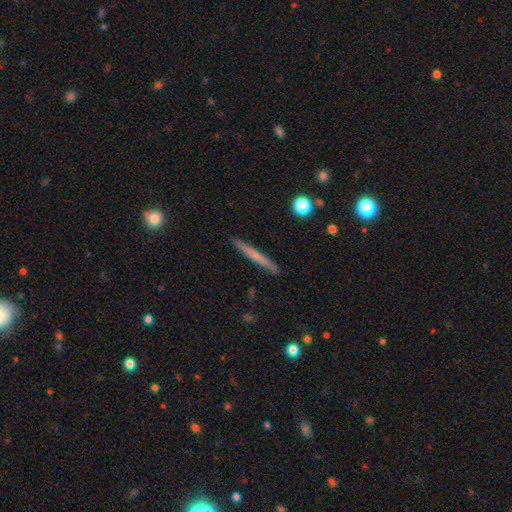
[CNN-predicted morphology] type=smooth (59%); roundness=cigar-shaped (96%); merging=none (91%).